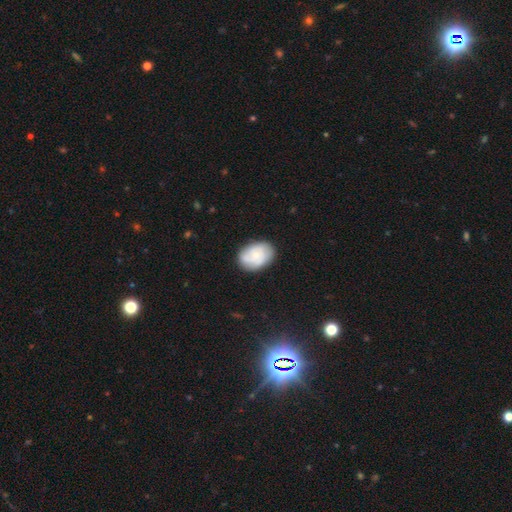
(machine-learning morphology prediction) Smooth or featured? smooth (54%)
How rounded? in between (75%)
Merging? none (78%)